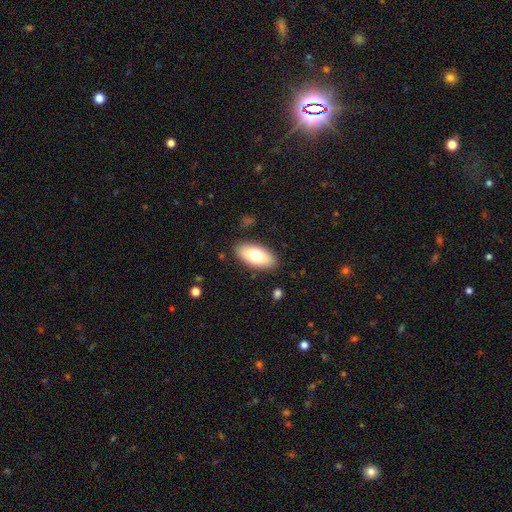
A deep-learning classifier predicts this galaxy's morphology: A smooth galaxy with no disk features (73%) that is in between round and cigar-shaped (91%). Merging: none (87%).